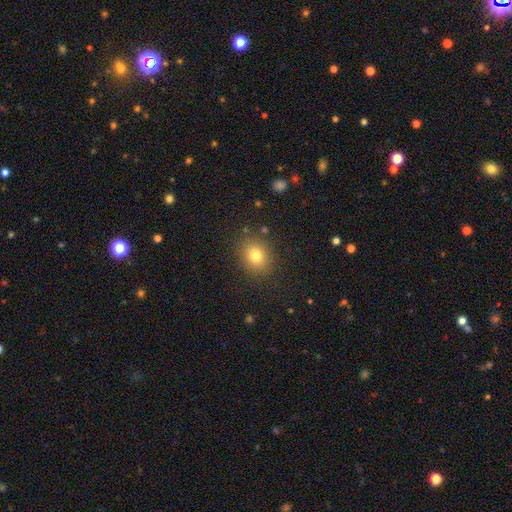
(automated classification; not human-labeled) Smooth or featured? smooth (78%)
How rounded? round (56%)
Merging? none (86%)